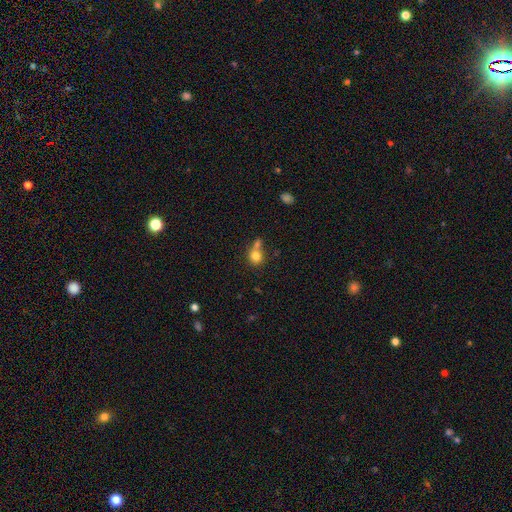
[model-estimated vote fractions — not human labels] This appears to be a smooth galaxy with no disk features (79%) that is round (81%). Merging: none (44%).